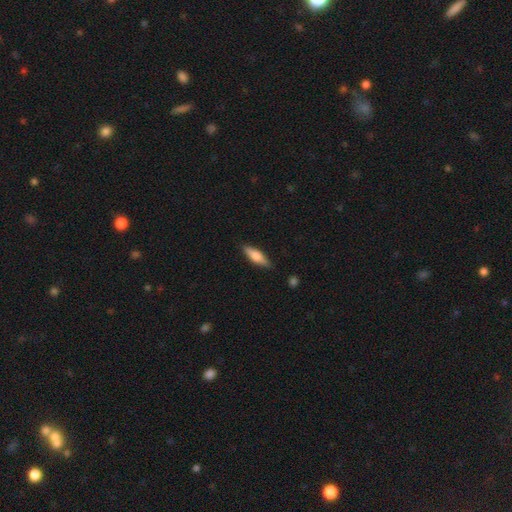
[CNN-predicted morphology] This is likely a smooth galaxy (69%). How rounded: possibly cigar-shaped (54%). Merging: clearly none (85%).